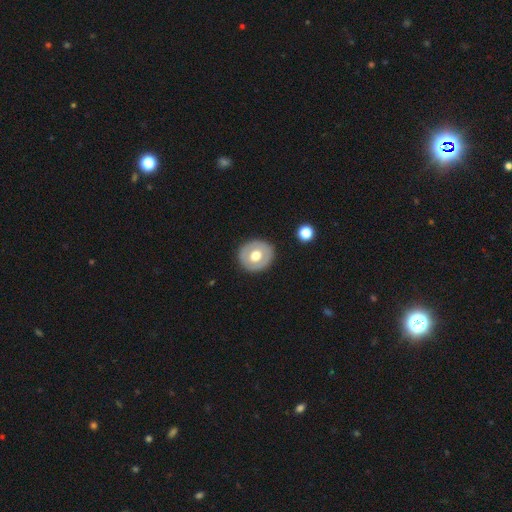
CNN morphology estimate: smooth-or-featured: smooth: 53% | featured or disk: 41% | star or artifact: 6%
  how-rounded: round: 80% | in between: 19% | cigar-shaped: 1%
  merging: none: 88% | minor disturbance: 8% | major disturbance: 3% | merger: 1%